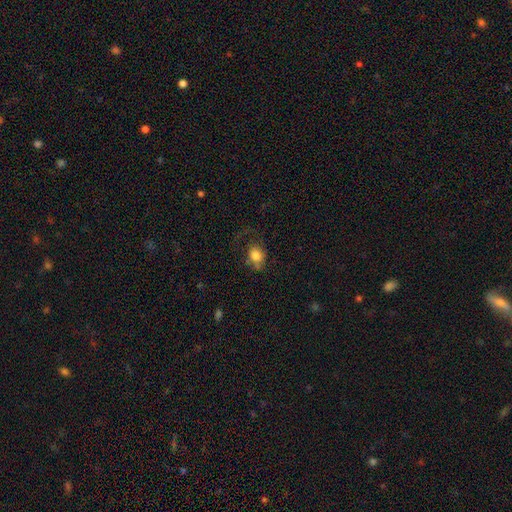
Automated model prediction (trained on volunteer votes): smooth 77%, featured or disk 15%, star or artifact 9%. Down the decision tree: how rounded — round (51%); merging — none (42%).